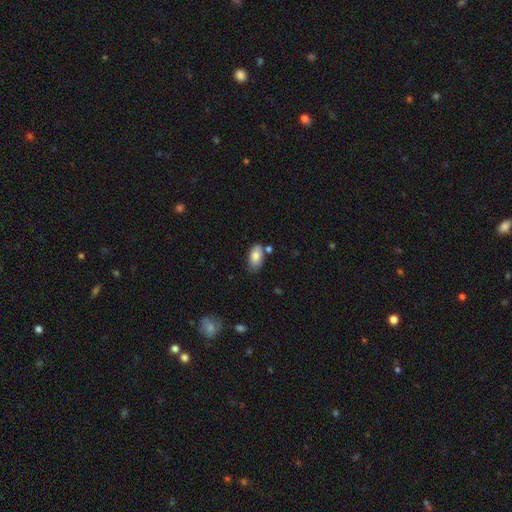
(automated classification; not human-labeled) Smooth or featured? Predicted: smooth (p=0.82). How rounded? Predicted: in between (p=0.94). Merging? Predicted: none (p=0.68).